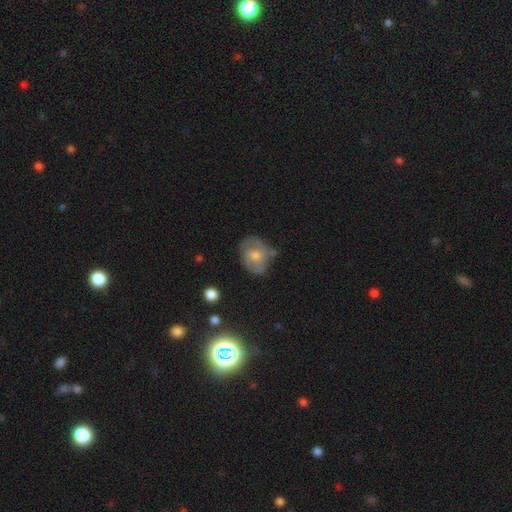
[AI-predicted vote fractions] Smooth or featured: smooth — 50% (featured or disk — 42%)
How rounded: in between — 51% (round — 48%)
Merging: none — 49% (minor disturbance — 33%)